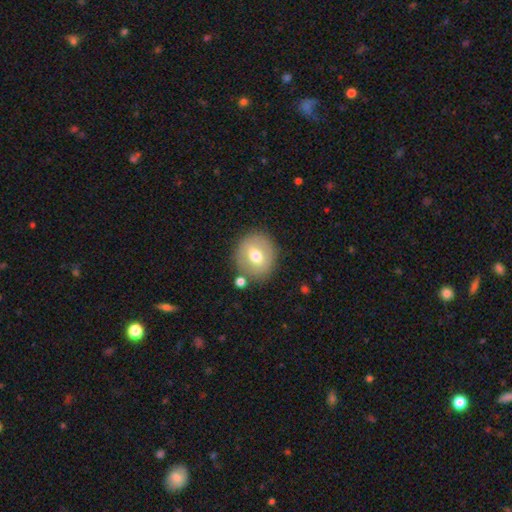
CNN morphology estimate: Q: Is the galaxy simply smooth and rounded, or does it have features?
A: smooth — 63%.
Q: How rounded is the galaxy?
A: round — 84%.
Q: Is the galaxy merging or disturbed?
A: none — 80%.